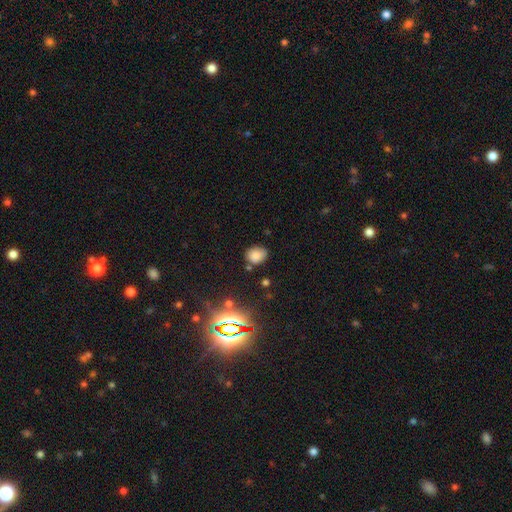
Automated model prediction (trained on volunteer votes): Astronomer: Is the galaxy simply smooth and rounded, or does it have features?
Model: smooth — 77%.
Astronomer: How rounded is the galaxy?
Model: in between — 52% (runner-up: round, 47%).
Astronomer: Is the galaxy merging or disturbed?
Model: none — 75%.